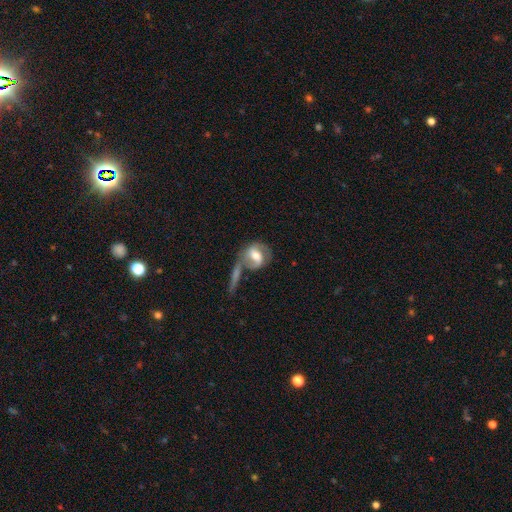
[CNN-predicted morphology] smooth_or_featured: featured or disk (p=0.62) [alt: smooth p=0.31]
disk_edge_on: no (p=0.93) [alt: yes p=0.07]
bar: weak (p=0.44) [alt: strong p=0.33]
has_spiral_arms: yes (p=0.77) [alt: no p=0.23]
bulge_size: moderate (p=0.63) [alt: large p=0.20]
merging: none (p=0.41) [alt: merger p=0.32]